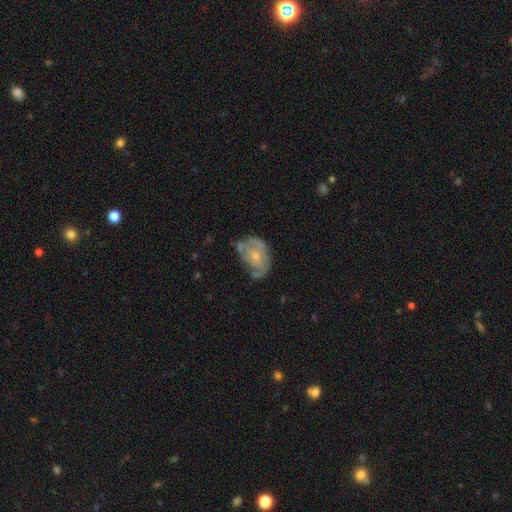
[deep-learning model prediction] smooth_or_featured: featured or disk (p=0.67) [alt: smooth p=0.26]
disk_edge_on: no (p=0.96) [alt: yes p=0.04]
bar: no (p=0.72) [alt: weak p=0.24]
has_spiral_arms: yes (p=0.62) [alt: no p=0.38]
bulge_size: small (p=0.53) [alt: moderate p=0.41]
merging: none (p=0.45) [alt: minor disturbance p=0.31]